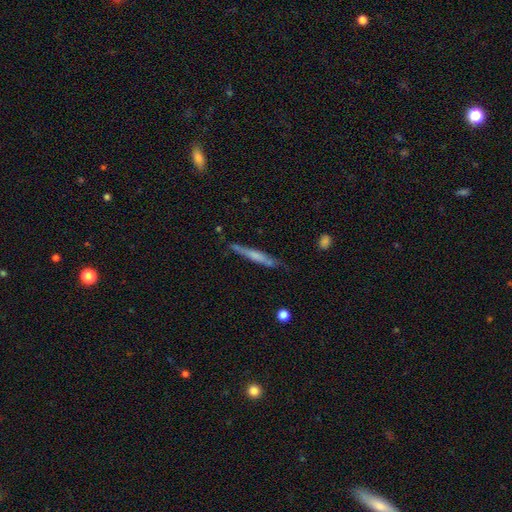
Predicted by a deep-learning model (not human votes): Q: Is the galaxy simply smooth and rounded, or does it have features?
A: featured or disk — 50%.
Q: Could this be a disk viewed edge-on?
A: yes — 93%.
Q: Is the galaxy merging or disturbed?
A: none — 74%.